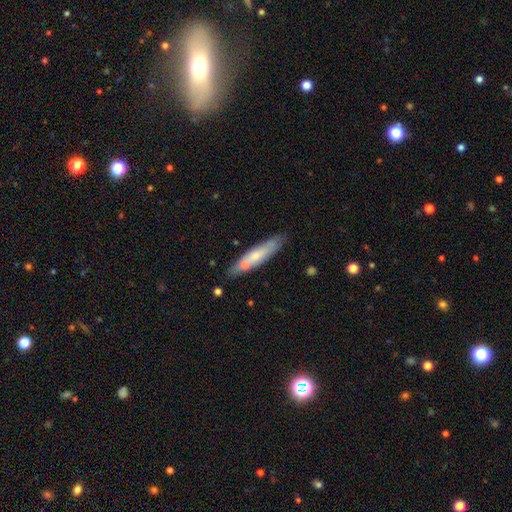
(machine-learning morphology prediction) The model was most divided on "smooth or featured": smooth: 60%, featured or disk: 34%, star or artifact: 6%. More confident: how rounded — cigar-shaped (82%); merging — none (72%).